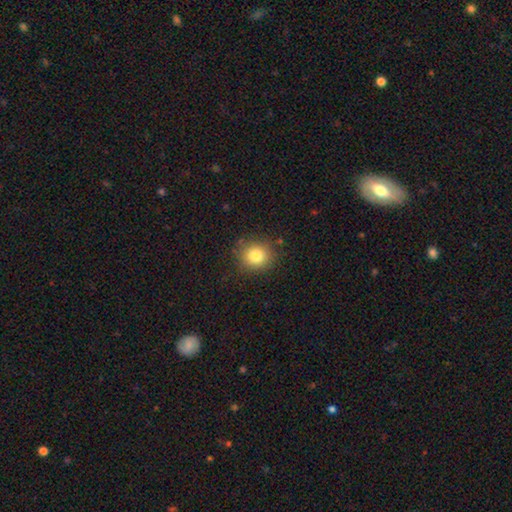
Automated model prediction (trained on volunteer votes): Smooth or featured? Predicted: smooth (p=0.81). How rounded? Predicted: round (p=0.87). Merging? Predicted: none (p=0.86).